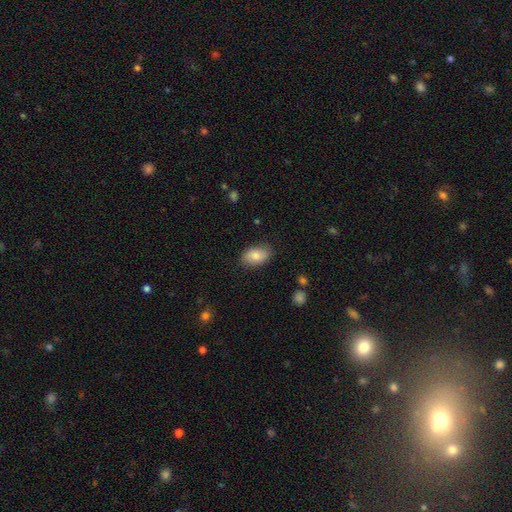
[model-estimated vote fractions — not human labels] Overall: smooth (79%). How rounded: in between (91%). Merging: none (83%).